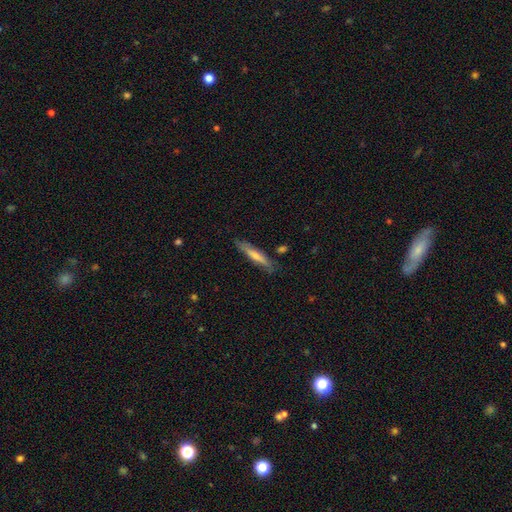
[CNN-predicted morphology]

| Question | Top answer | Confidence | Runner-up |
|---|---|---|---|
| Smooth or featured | smooth | 65% | featured or disk (30%) |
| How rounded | cigar-shaped | 89% | in between (9%) |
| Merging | none | 80% | minor disturbance (15%) |